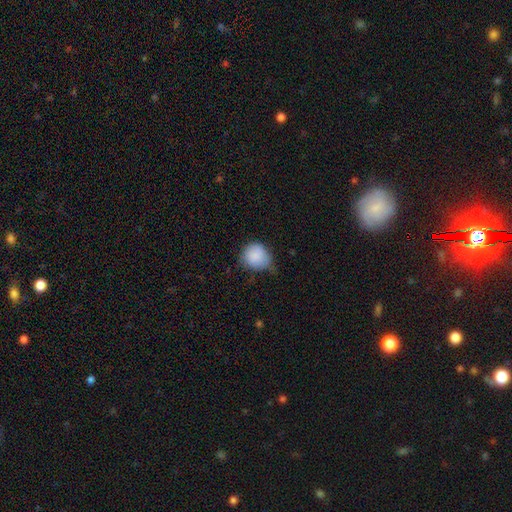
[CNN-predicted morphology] This is clearly a smooth galaxy (86%). How rounded: likely round (78%). Merging: marginally none (44%, tied with minor disturbance).